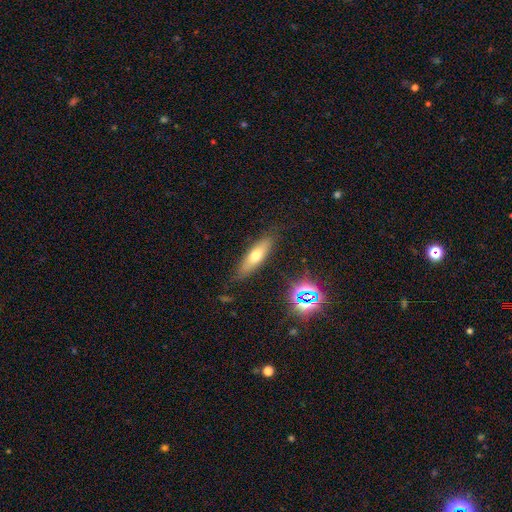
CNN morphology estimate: The model was most divided on "how rounded": cigar-shaped: 59%, in between: 38%, round: 3%. More confident: merging — none (83%); smooth or featured — smooth (59%).